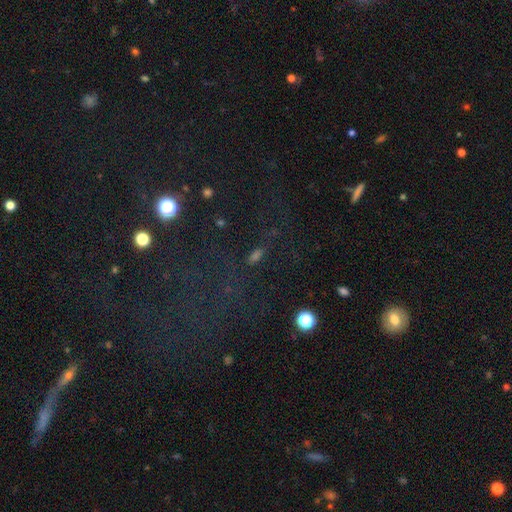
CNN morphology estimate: This is marginally a star or artifact rather than a galaxy (42%, tied with smooth).